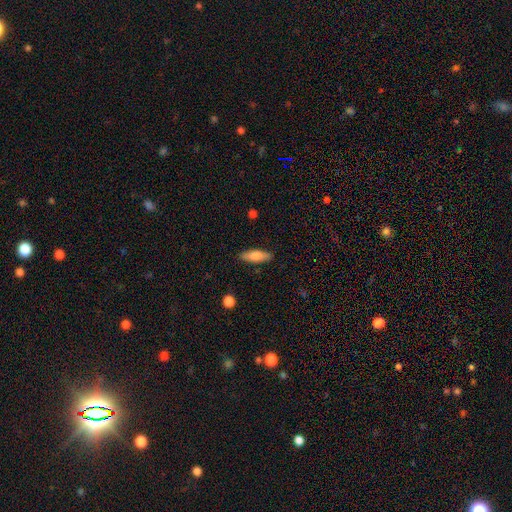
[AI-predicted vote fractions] smooth 74%, featured or disk 20%, star or artifact 6%. Down the decision tree: how rounded — cigar-shaped (54%); merging — none (87%).